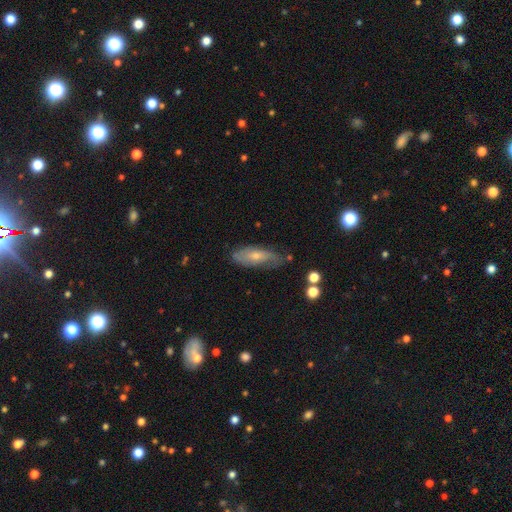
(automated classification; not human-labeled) Smooth or featured: featured or disk — 48% (smooth — 43%)
Merging: none — 66% (minor disturbance — 25%)